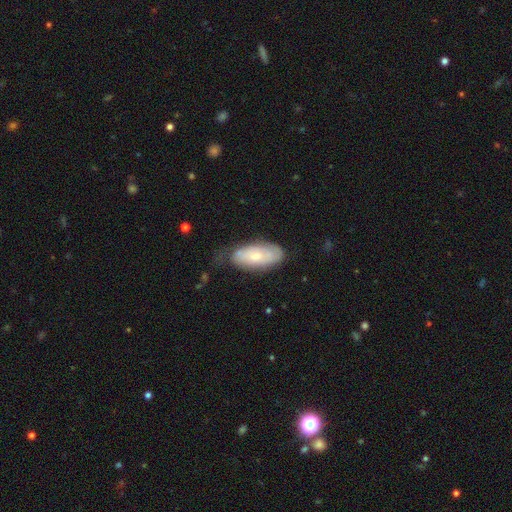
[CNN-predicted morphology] Smooth or featured?
  - smooth: 57% *
  - featured or disk: 37%
  - star or artifact: 6%
How rounded?
  - in between: 88% *
  - cigar-shaped: 10%
  - round: 2%
Merging?
  - none: 53% *
  - minor disturbance: 34%
  - major disturbance: 11%
  - merger: 2%